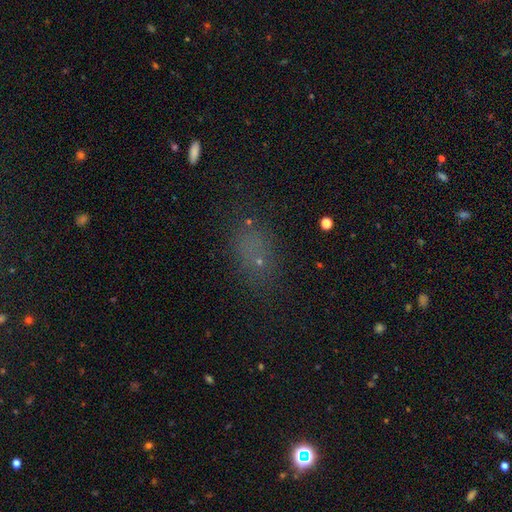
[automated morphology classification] Smooth or featured? Predicted: smooth (p=0.59). How rounded? Predicted: in between (p=0.72). Merging? Predicted: none (p=0.66).